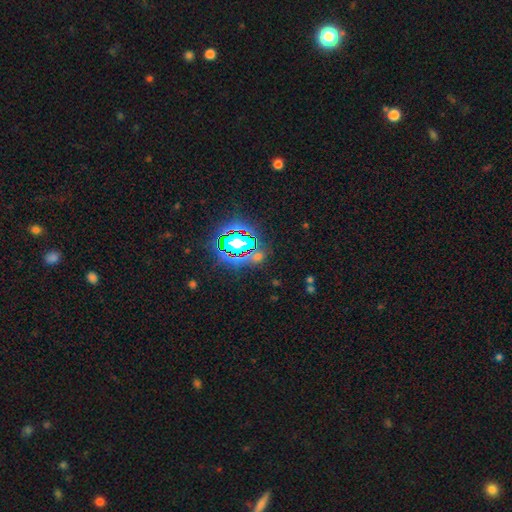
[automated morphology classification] This appears to be a star or artifact, not a galaxy (74%).